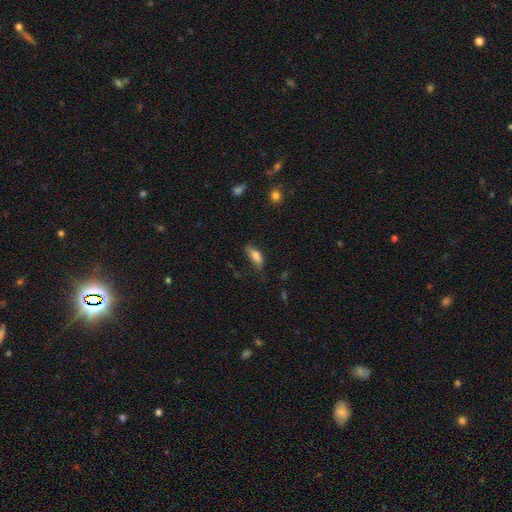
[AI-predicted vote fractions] Overall: smooth (82%). How rounded: in between (77%). Merging: none (57%; minor disturbance 31%).